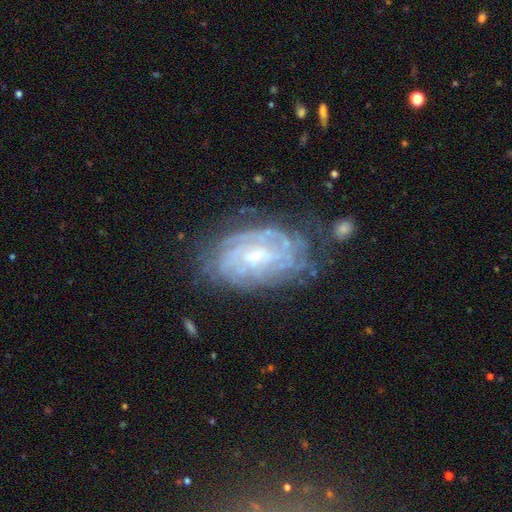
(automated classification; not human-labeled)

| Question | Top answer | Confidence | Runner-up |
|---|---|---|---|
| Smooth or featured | featured or disk | 82% | smooth (11%) |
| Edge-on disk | no | 95% | yes (5%) |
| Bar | weak | 45% | no (43%) |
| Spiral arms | yes | 90% | no (10%) |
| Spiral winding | tight | 76% | medium (20%) |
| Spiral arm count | can't tell | 53% | 4 (14%) |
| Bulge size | small | 63% | moderate (30%) |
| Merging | none | 66% | minor disturbance (22%) |